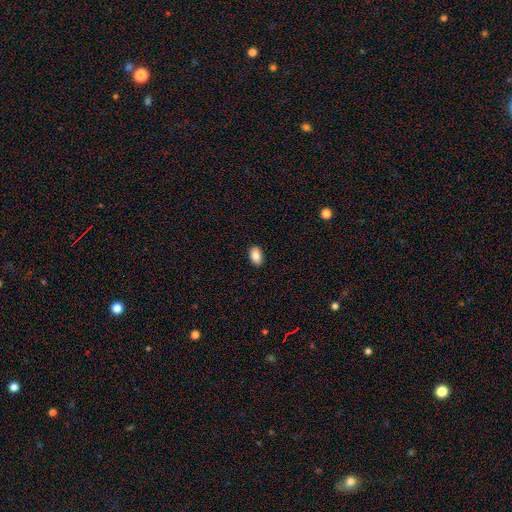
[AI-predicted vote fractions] Overall: smooth (86%). How rounded: in between (89%). Merging: none (90%).